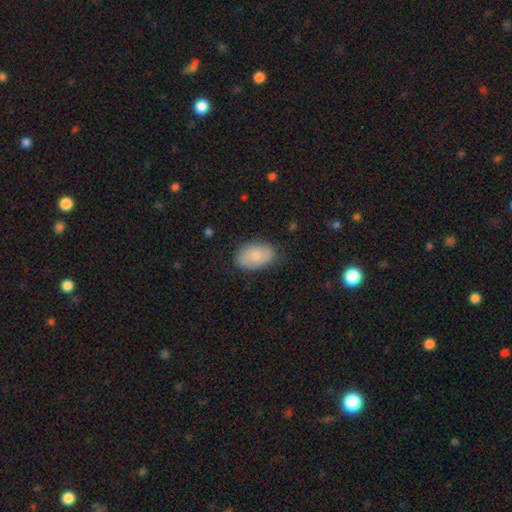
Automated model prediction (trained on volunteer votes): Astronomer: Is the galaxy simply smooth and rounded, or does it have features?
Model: smooth — 79%.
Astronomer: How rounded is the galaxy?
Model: in between — 91%.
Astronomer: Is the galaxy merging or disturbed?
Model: none — 81%.